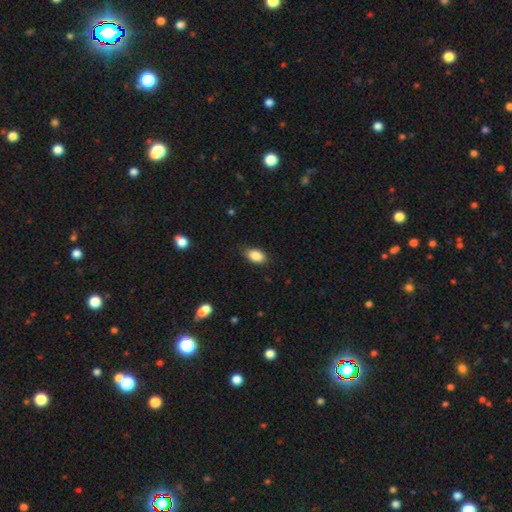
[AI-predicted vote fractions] This is clearly a smooth galaxy (88%). How rounded: clearly in between (91%). Merging: clearly none (84%).